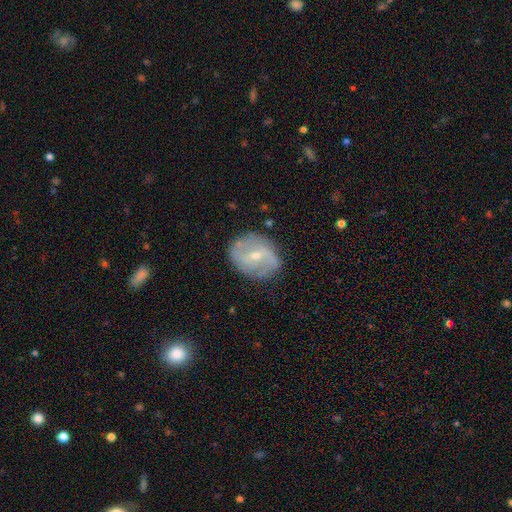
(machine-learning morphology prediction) Q: Smooth or featured?
A: featured or disk (73%); runner-up: smooth (20%)
Q: Edge-on disk?
A: no (97%); runner-up: yes (3%)
Q: Bar?
A: weak (51%); runner-up: no (27%)
Q: Spiral arms?
A: yes (83%); runner-up: no (17%)
Q: Spiral winding?
A: medium (41%); runner-up: loose (38%)
Q: Spiral arm count?
A: 2 (77%); runner-up: can't tell (13%)
Q: Bulge size?
A: small (59%); runner-up: moderate (37%)
Q: Merging?
A: none (76%); runner-up: minor disturbance (17%)